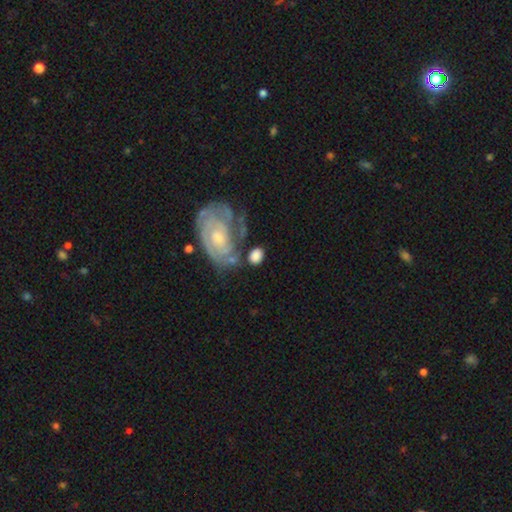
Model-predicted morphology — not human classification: Smooth or featured? Predicted: smooth (p=0.59). How rounded? Predicted: in between (p=0.60). Merging? Predicted: none (p=0.57).